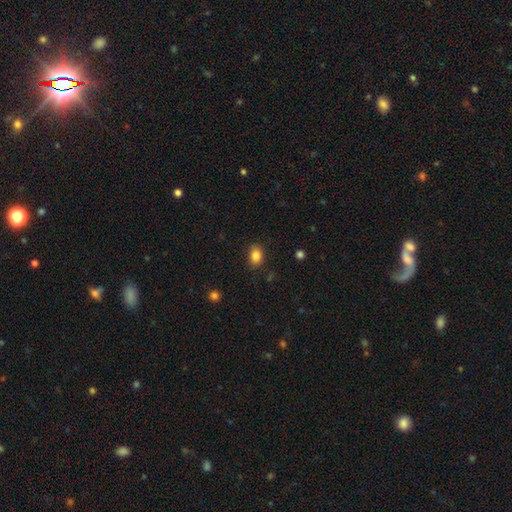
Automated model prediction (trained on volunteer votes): smooth_or_featured: smooth (p=0.85) [alt: star or artifact p=0.09]
how_rounded: in between (p=0.72) [alt: round p=0.27]
merging: none (p=0.84) [alt: minor disturbance p=0.12]